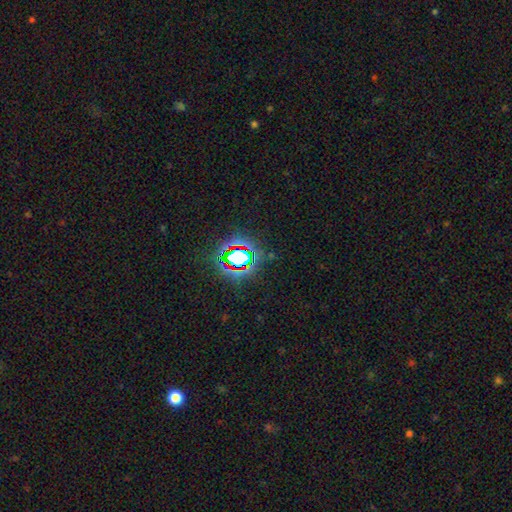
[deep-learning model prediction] Smooth or featured: star or artifact — 78% (smooth — 13%)